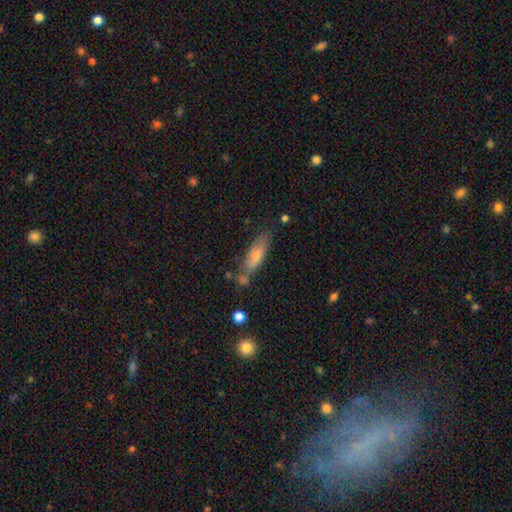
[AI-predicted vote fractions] smooth 61%, featured or disk 31%, star or artifact 8%. Down the decision tree: how rounded — cigar-shaped (56%); merging — none (64%).